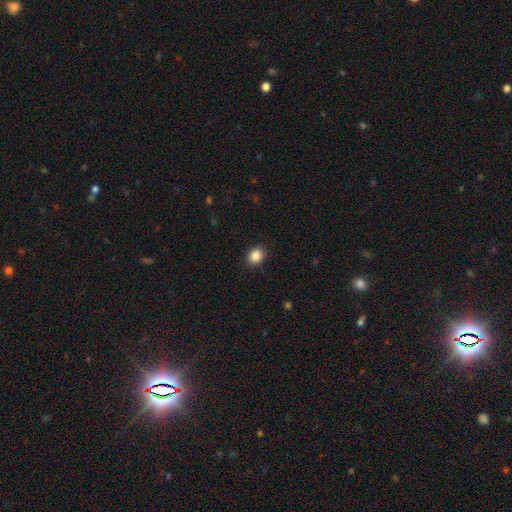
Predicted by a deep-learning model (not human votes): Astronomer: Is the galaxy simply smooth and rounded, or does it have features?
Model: smooth — 87%.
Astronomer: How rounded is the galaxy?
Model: round — 62%.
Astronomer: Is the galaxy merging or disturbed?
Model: none — 90%.